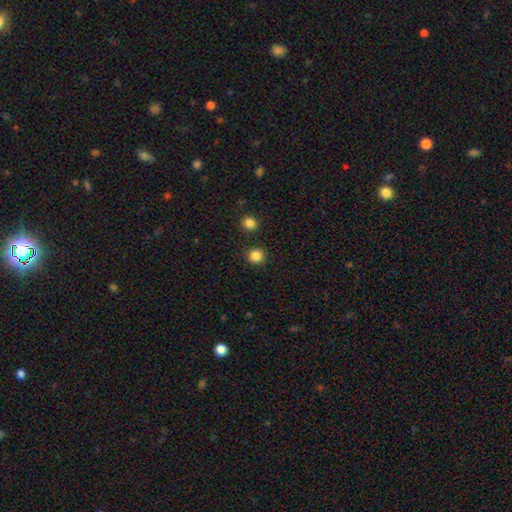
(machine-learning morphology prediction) Smooth or featured: smooth — 84% (star or artifact — 12%)
How rounded: round — 93% (in between — 6%)
Merging: none — 90% (minor disturbance — 5%)